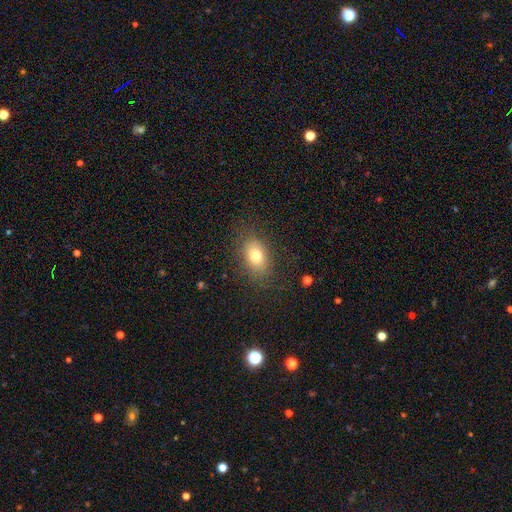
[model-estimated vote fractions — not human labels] The model was most divided on "how rounded": in between: 78%, round: 20%, cigar-shaped: 2%. More confident: merging — none (81%); smooth or featured — smooth (76%).